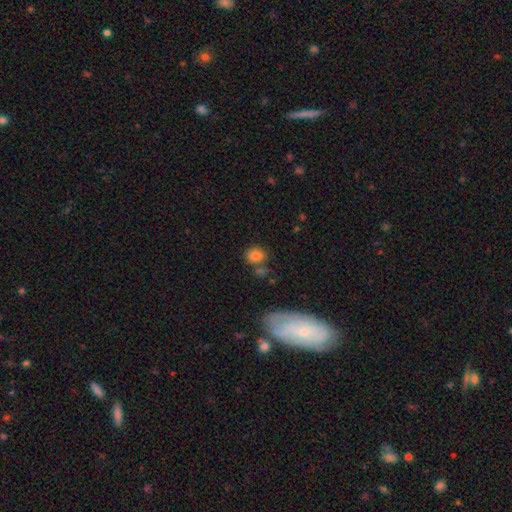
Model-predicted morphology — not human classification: smooth 80%, star or artifact 11%, featured or disk 9%. Down the decision tree: how rounded — round (65%); merging — none (68%).